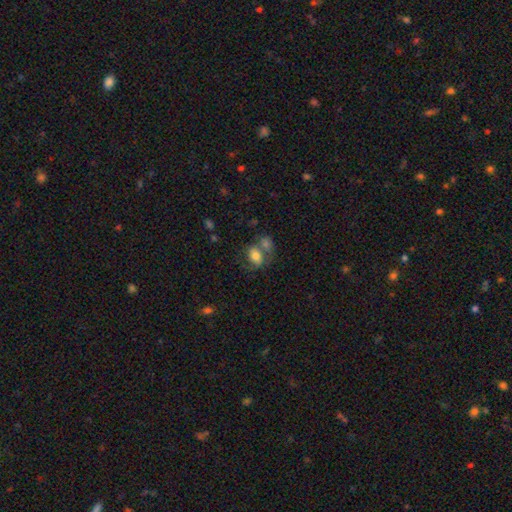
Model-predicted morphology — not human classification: Q: Smooth or featured?
A: smooth (68%); runner-up: featured or disk (23%)
Q: How rounded?
A: in between (71%); runner-up: round (28%)
Q: Merging?
A: merger (43%); runner-up: none (34%)